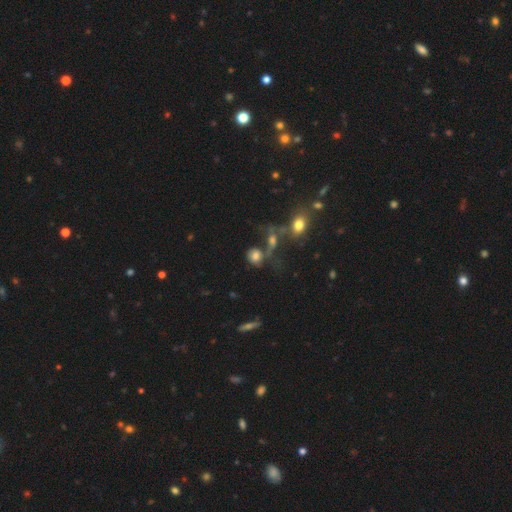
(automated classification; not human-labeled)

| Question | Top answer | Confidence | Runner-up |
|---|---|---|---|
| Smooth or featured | smooth | 68% | featured or disk (18%) |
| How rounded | round | 68% | in between (30%) |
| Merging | none | 42% | merger (28%) |